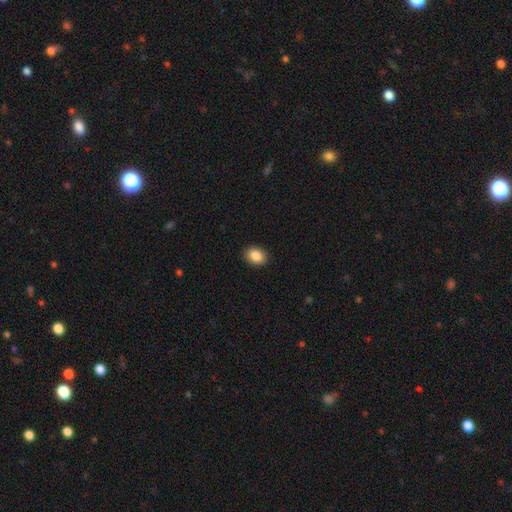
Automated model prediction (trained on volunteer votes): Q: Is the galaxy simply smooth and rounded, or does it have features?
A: smooth — 88%.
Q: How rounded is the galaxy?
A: in between — 68%.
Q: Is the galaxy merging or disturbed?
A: none — 89%.